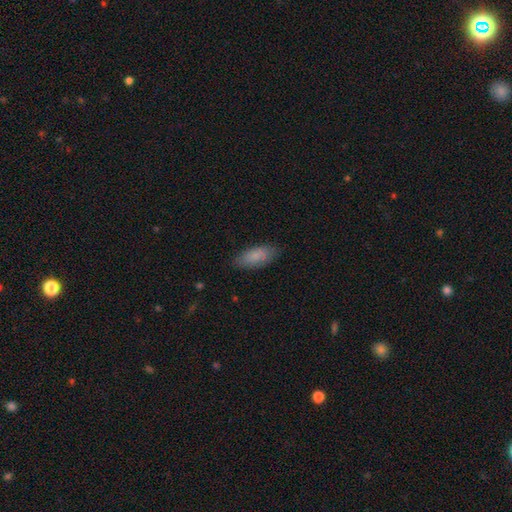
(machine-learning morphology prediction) A smooth galaxy with no disk features (82%) that is in between round and cigar-shaped (85%). Merging: none (79%).